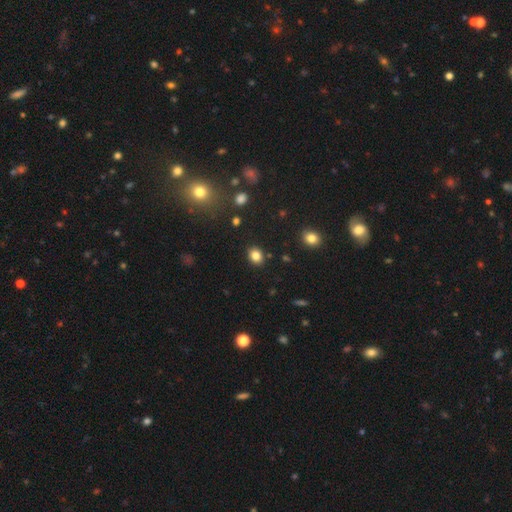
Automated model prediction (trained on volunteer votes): The model was most divided on "how rounded": round: 53%, in between: 46%, cigar-shaped: 1%. More confident: merging — none (88%); smooth or featured — smooth (83%).